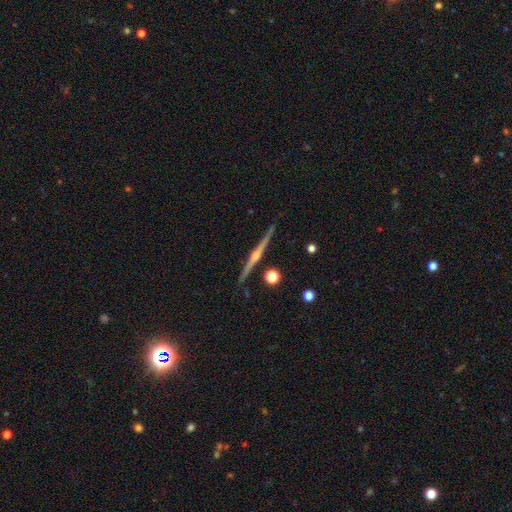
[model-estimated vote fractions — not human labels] Smooth or featured? Predicted: featured or disk (p=0.84). Edge-on disk? Predicted: yes (p=0.99). Edge-on bulge? Predicted: rounded (p=0.89). Merging? Predicted: none (p=0.91).